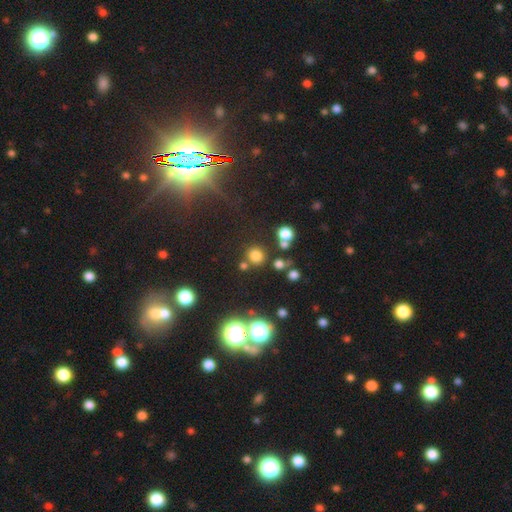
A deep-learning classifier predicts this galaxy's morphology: smooth 72%, star or artifact 22%, featured or disk 6%. Down the decision tree: how rounded — round (91%); merging — none (76%).